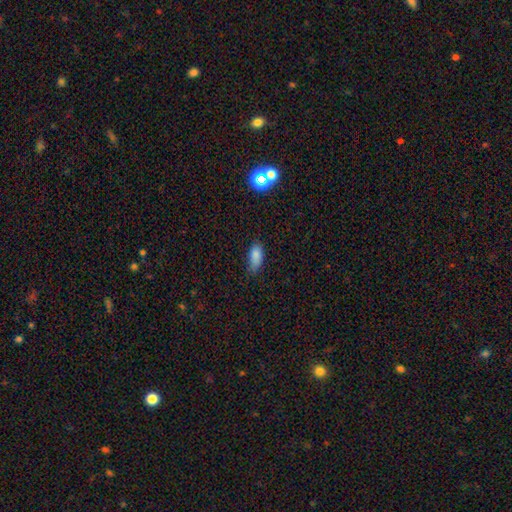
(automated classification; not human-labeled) Q: Smooth or featured?
A: smooth (83%); runner-up: star or artifact (11%)
Q: How rounded?
A: in between (86%); runner-up: cigar-shaped (10%)
Q: Merging?
A: none (63%); runner-up: minor disturbance (29%)